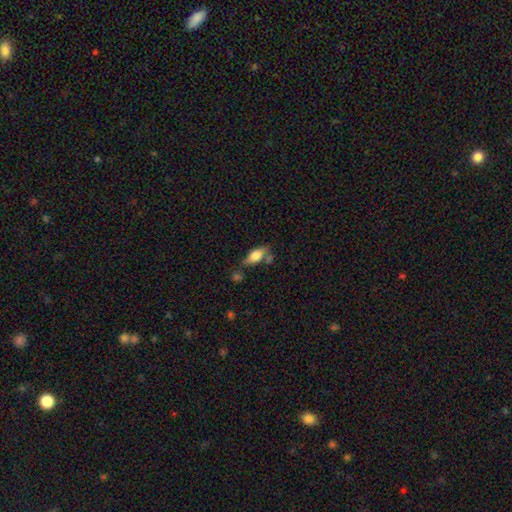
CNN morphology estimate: The model was most divided on "merging": none: 54%, minor disturbance: 22%, merger: 15%, major disturbance: 9%. More confident: how rounded — in between (79%); smooth or featured — smooth (69%).